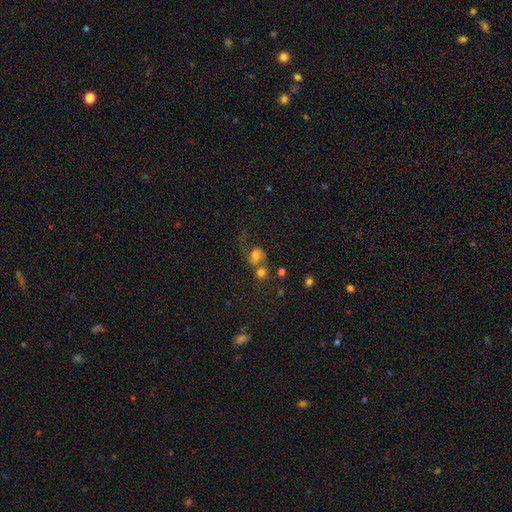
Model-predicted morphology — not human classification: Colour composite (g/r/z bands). It shows a smooth galaxy with no disk features (62%) that is round (67%). Merging: merger (52%).